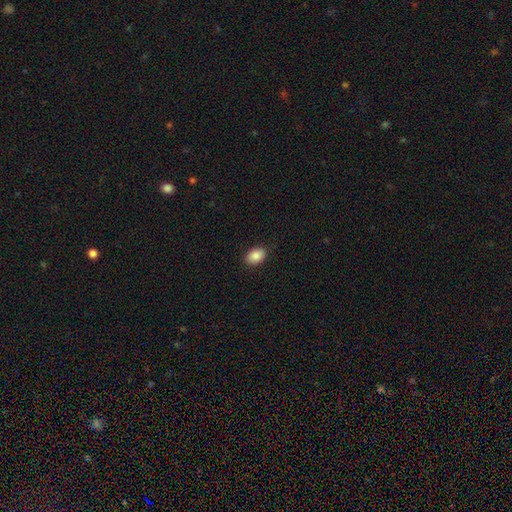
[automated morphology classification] Smooth or featured?
  - smooth: 88% *
  - star or artifact: 8%
  - featured or disk: 5%
How rounded?
  - in between: 82% *
  - round: 17%
  - cigar-shaped: 1%
Merging?
  - none: 88% *
  - minor disturbance: 9%
  - major disturbance: 2%
  - merger: 1%